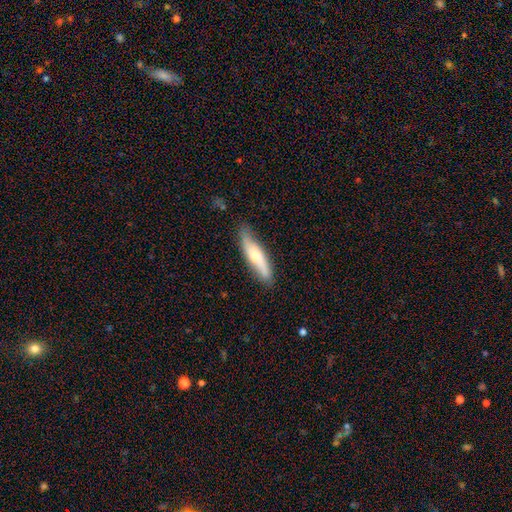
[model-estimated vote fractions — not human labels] A smooth galaxy with no disk features (53%) that is cigar-shaped (75%).

Vote fractions:
- Smooth or featured? smooth: 53% / featured or disk: 41% / star or artifact: 6%
- How rounded? cigar-shaped: 75% / in between: 23% / round: 2%
- Merging? none: 79% / minor disturbance: 16% / major disturbance: 3% / merger: 2%